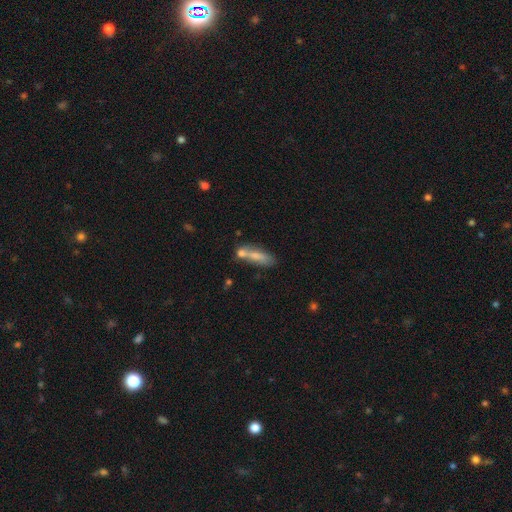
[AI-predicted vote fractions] smooth 68%, featured or disk 24%, star or artifact 8%. Down the decision tree: how rounded — cigar-shaped (60%); merging — none (46%).